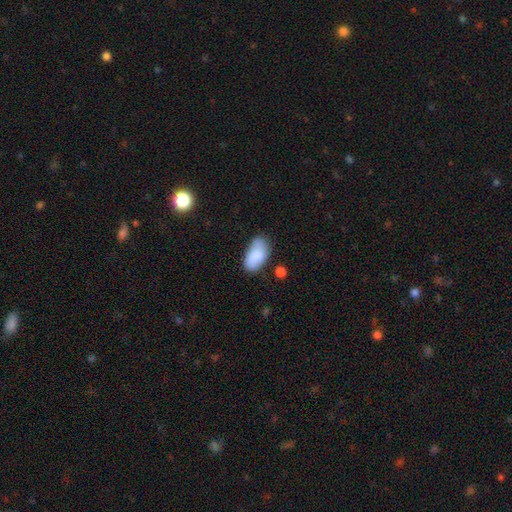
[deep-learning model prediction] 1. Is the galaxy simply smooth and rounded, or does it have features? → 80% smooth, 13% featured or disk, 7% star or artifact.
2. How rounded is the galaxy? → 94% in between, 4% round, 2% cigar-shaped.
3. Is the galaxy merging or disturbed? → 57% none, 29% minor disturbance, 7% major disturbance, 6% merger.